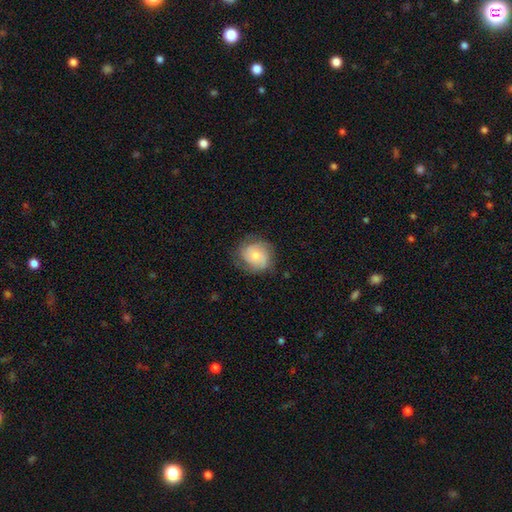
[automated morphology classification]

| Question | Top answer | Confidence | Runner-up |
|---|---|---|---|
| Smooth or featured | smooth | 55% | featured or disk (38%) |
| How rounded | round | 76% | in between (23%) |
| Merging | none | 70% | minor disturbance (21%) |